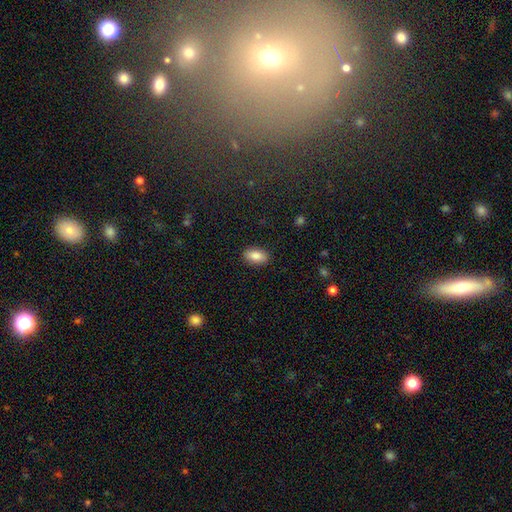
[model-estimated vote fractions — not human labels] Smooth or featured? Predicted: smooth (p=0.85). How rounded? Predicted: in between (p=0.92). Merging? Predicted: none (p=0.88).